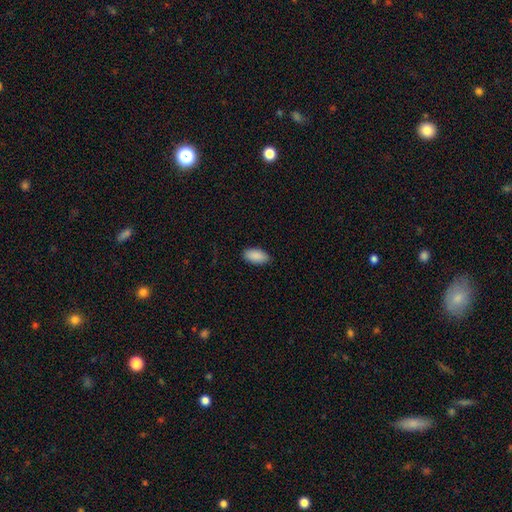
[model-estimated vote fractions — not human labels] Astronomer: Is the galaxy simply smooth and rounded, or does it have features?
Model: smooth — 90%.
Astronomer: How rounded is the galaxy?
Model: in between — 95%.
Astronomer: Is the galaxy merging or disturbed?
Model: none — 87%.